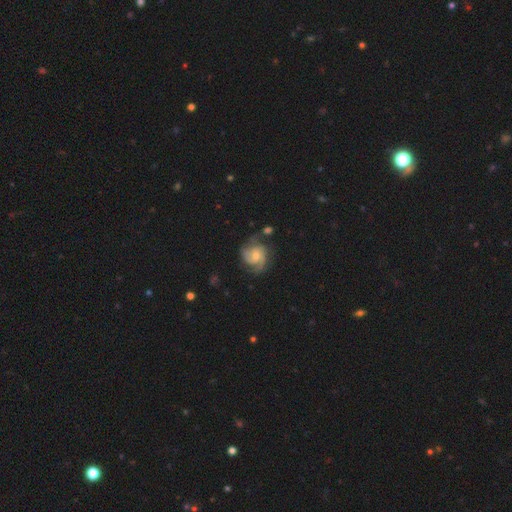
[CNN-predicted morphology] featured or disk 86%, smooth 9%, star or artifact 5%. Down the decision tree: edge-on disk — no (98%); bar — no (58%); spiral arms — yes (97%); spiral arm count — 2 (58%); spiral winding — medium (47%); bulge size — small (48%); merging — none (65%).